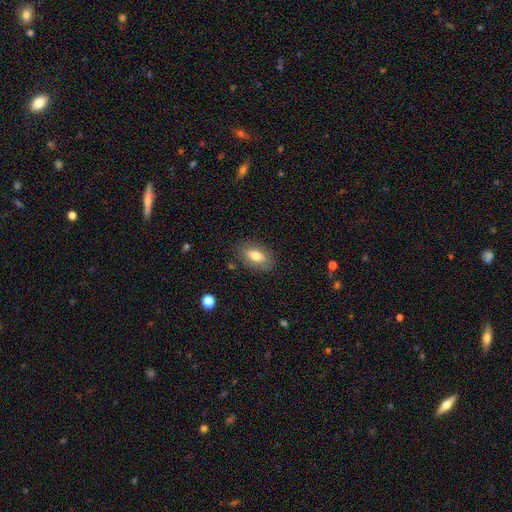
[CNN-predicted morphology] Smooth or featured: smooth — 72% (featured or disk — 21%)
How rounded: in between — 89% (round — 7%)
Merging: none — 82% (minor disturbance — 13%)